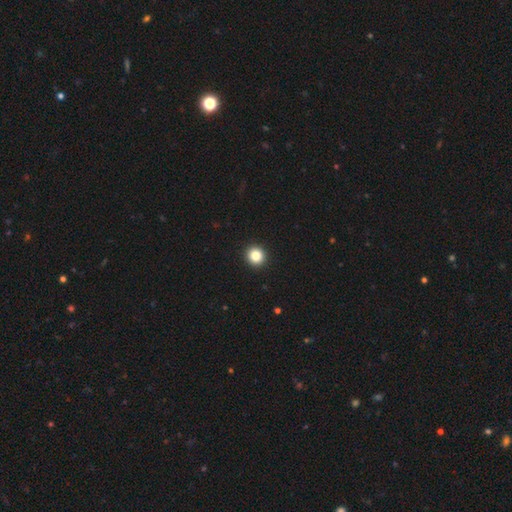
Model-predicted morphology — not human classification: This is clearly a smooth galaxy (85%). How rounded: clearly round (93%). Merging: clearly none (94%).